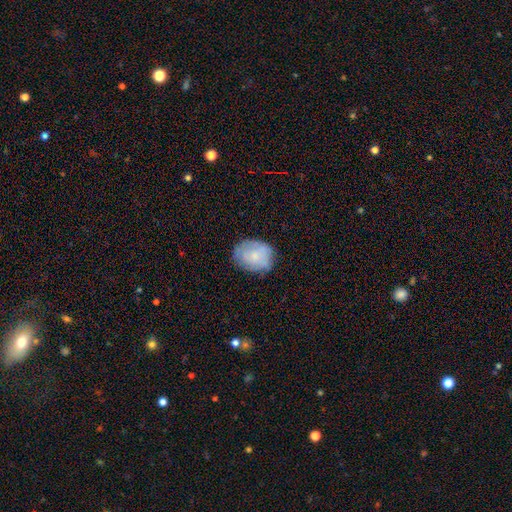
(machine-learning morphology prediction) A smooth galaxy with no disk features (69%) that is in between round and cigar-shaped (59%).

Vote fractions:
- Smooth or featured? smooth: 69% / featured or disk: 24% / star or artifact: 7%
- How rounded? in between: 59% / round: 40% / cigar-shaped: 1%
- Merging? none: 71% / minor disturbance: 22% / major disturbance: 6% / merger: 1%